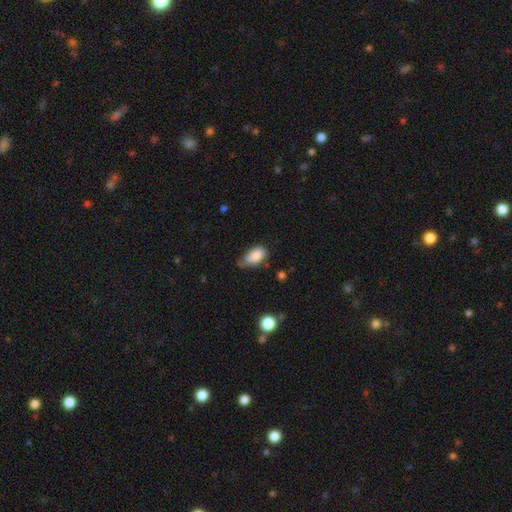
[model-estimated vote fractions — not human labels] smooth 82%, featured or disk 11%, star or artifact 8%. Down the decision tree: how rounded — in between (91%); merging — minor disturbance (43%).